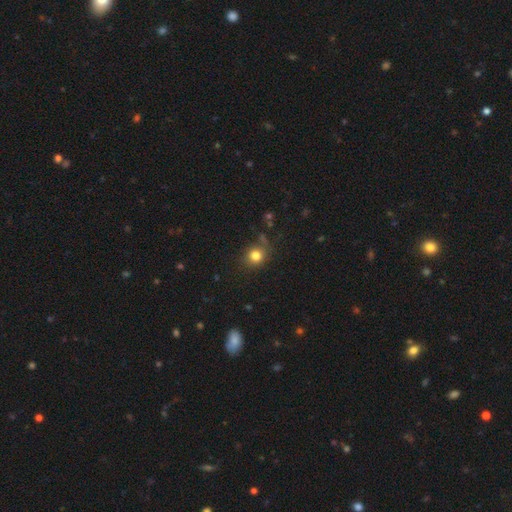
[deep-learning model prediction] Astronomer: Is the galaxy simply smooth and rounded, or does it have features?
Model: smooth — 81%.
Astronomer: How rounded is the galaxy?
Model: round — 83%.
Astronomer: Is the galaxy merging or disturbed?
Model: none — 74%.